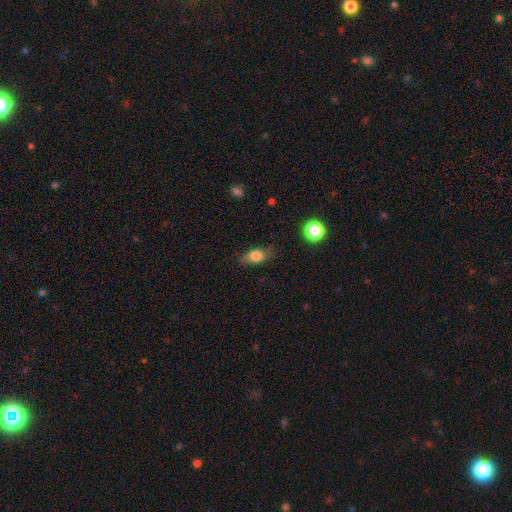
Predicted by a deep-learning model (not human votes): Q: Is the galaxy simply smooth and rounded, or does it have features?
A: smooth — 79%.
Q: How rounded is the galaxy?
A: in between — 78%.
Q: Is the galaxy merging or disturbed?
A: none — 75%.